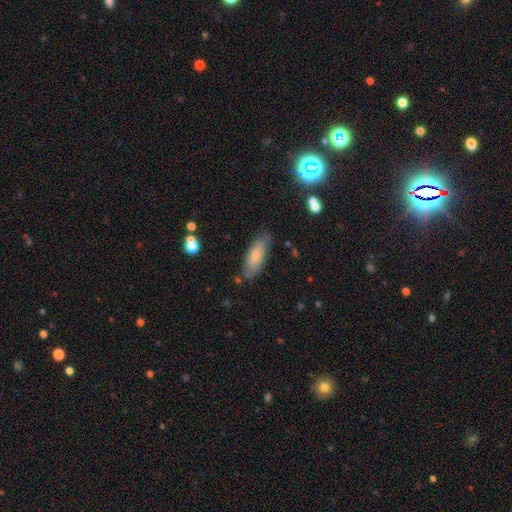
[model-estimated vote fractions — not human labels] Smooth or featured: smooth — 73% (featured or disk — 20%)
How rounded: in between — 68% (cigar-shaped — 30%)
Merging: none — 77% (minor disturbance — 17%)